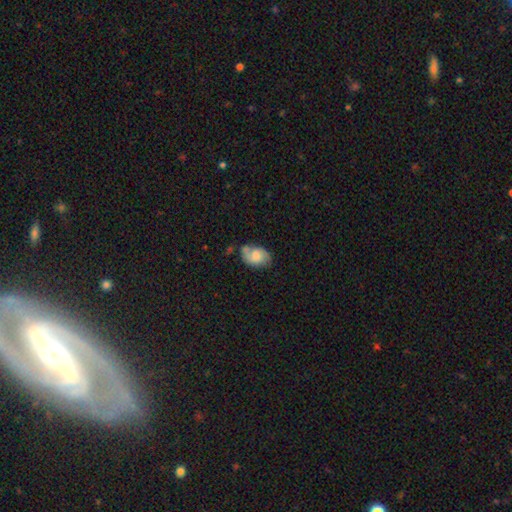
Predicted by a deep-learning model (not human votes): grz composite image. It shows a featured or disk galaxy (47%). Merging: none (54%).